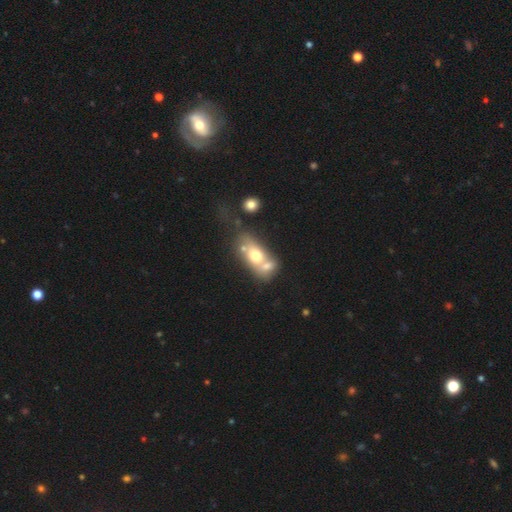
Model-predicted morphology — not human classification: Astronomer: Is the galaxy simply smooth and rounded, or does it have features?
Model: smooth — 61%.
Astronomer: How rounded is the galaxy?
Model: in between — 70%.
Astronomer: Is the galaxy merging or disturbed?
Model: merger — 61%.